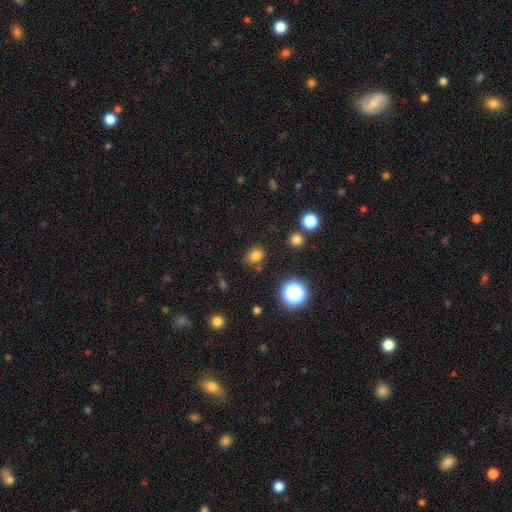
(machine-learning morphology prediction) Q: Smooth or featured?
A: smooth (77%); runner-up: star or artifact (18%)
Q: How rounded?
A: in between (52%); runner-up: round (47%)
Q: Merging?
A: none (79%); runner-up: minor disturbance (13%)